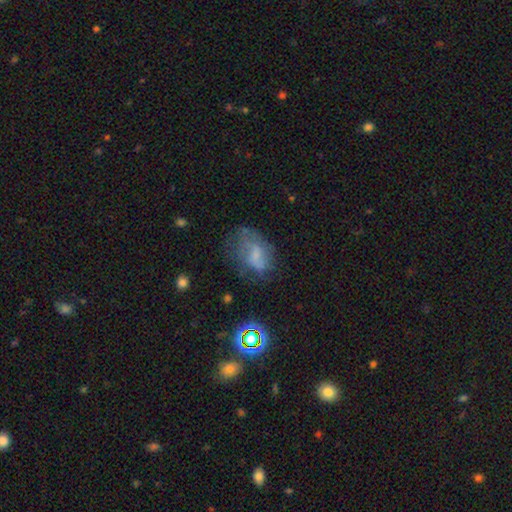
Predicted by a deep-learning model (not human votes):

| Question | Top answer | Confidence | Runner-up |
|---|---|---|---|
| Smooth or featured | smooth | 45% | featured or disk (38%) |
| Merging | none | 39% | major disturbance (31%) |